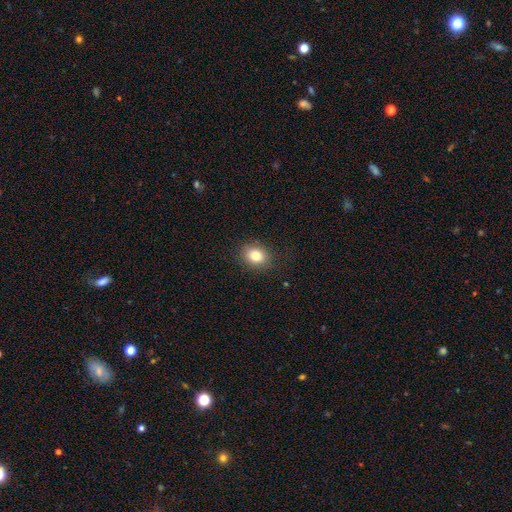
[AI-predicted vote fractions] Morphology: type=smooth (81%); roundness=in between (53%); merging=none (87%).